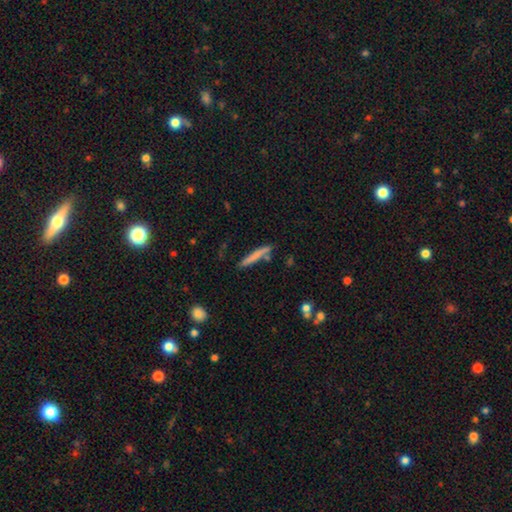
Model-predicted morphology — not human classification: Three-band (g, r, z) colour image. It shows a smooth galaxy with no disk features (70%) that is cigar-shaped (94%). Merging: none (76%).